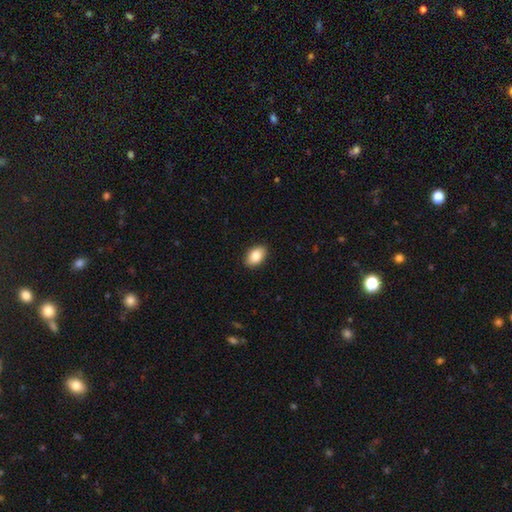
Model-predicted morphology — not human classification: type=smooth (86%); roundness=in between (90%); merging=none (89%).